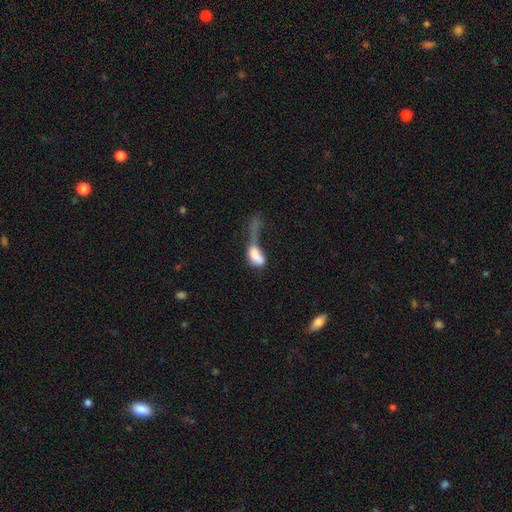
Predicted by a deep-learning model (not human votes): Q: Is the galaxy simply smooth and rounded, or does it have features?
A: smooth — 71%.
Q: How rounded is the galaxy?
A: in between — 85%.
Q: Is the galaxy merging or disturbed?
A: major disturbance — 54%.